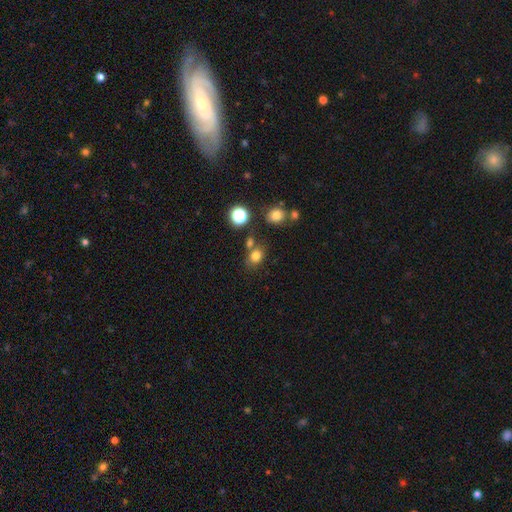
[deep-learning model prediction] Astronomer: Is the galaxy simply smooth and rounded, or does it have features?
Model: smooth — 77%.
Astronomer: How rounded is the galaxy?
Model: in between — 50% (runner-up: round, 49%).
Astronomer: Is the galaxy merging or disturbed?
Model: none — 64%.